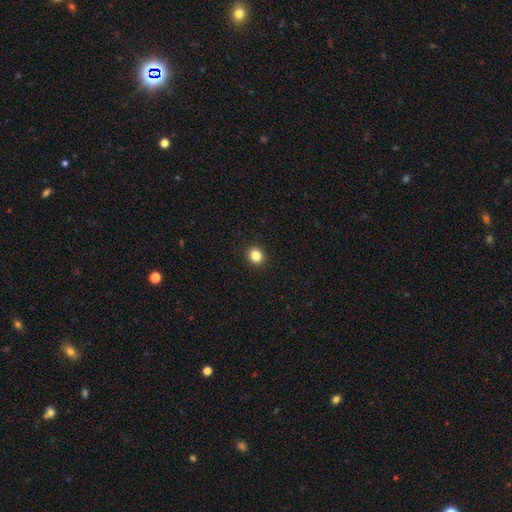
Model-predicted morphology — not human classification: This appears to be a smooth galaxy with no disk features (85%) that is round (83%). Merging: none (93%).